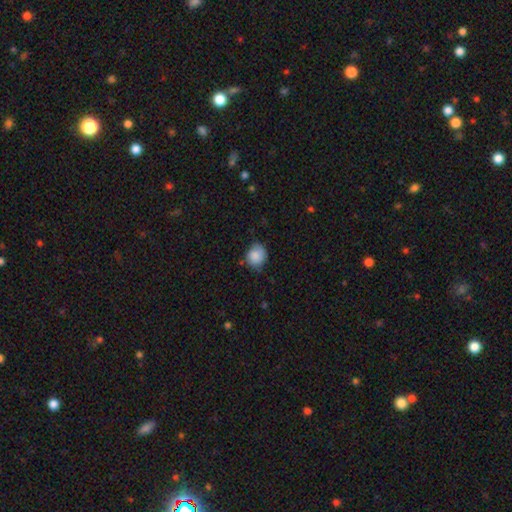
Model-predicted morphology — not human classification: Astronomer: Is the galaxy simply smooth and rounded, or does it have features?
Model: smooth — 85%.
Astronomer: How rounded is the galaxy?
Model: round — 72%.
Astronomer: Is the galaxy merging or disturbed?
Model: none — 66%.